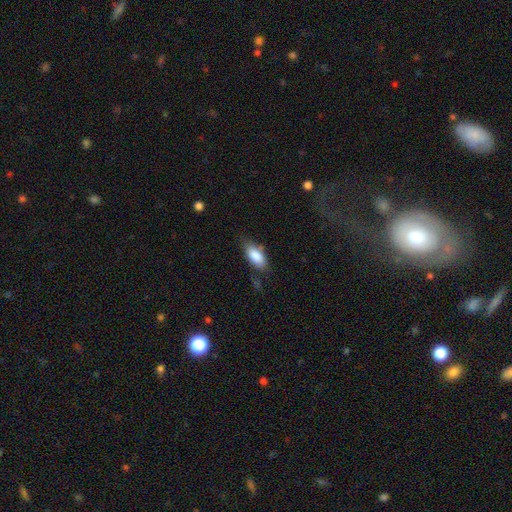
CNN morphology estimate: A smooth galaxy with no disk features (84%) that is in between round and cigar-shaped (86%). Merging: none (67%).